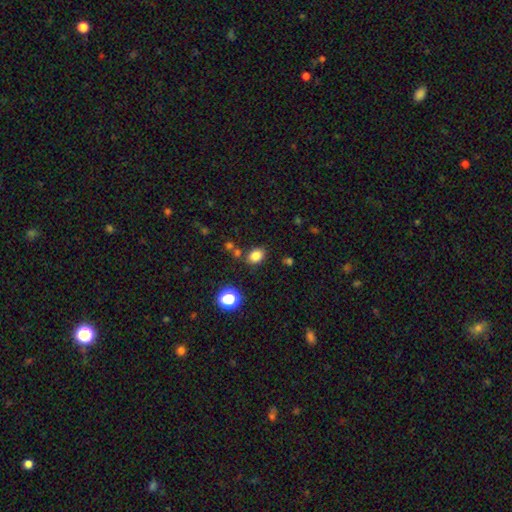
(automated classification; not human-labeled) Smooth or featured: smooth — 82% (star or artifact — 13%)
How rounded: in between — 63% (round — 36%)
Merging: none — 79% (minor disturbance — 12%)